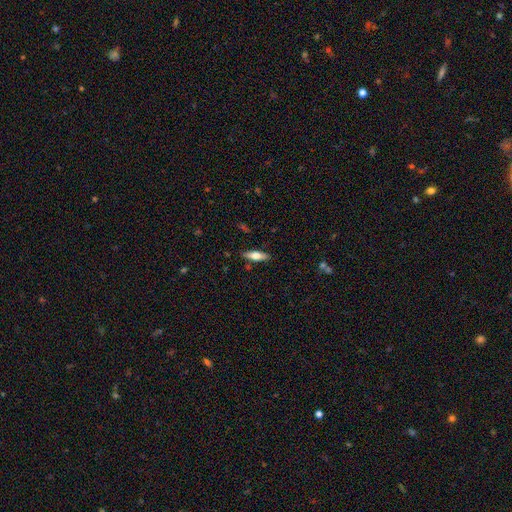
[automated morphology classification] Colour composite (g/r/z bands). It shows a smooth galaxy with no disk features (59%) that is in between round and cigar-shaped (52%). Merging: none (86%).